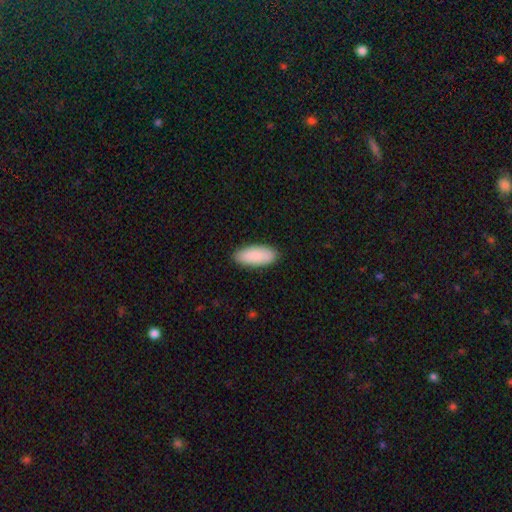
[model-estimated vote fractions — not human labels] Smooth or featured: smooth — 90% (star or artifact — 5%)
How rounded: in between — 84% (cigar-shaped — 14%)
Merging: none — 88% (minor disturbance — 9%)